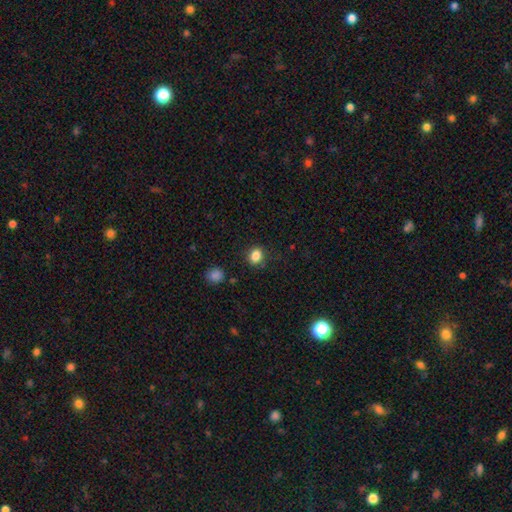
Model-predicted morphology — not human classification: The model was most divided on "how rounded": round: 56%, in between: 43%, cigar-shaped: 1%. More confident: smooth or featured — smooth (84%); merging — none (83%).